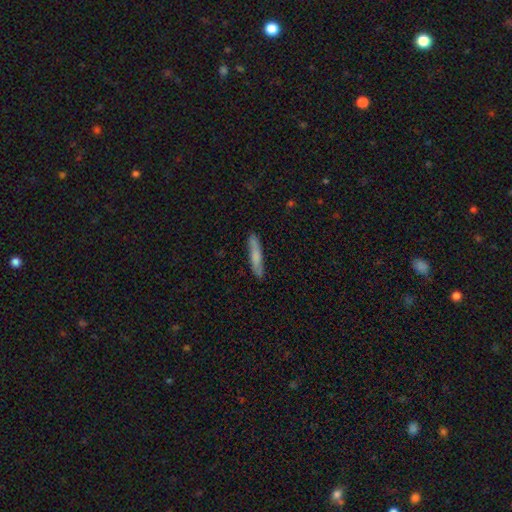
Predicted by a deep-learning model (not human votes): Q: Smooth or featured?
A: smooth (68%); runner-up: featured or disk (26%)
Q: How rounded?
A: cigar-shaped (91%); runner-up: in between (8%)
Q: Merging?
A: none (82%); runner-up: minor disturbance (14%)